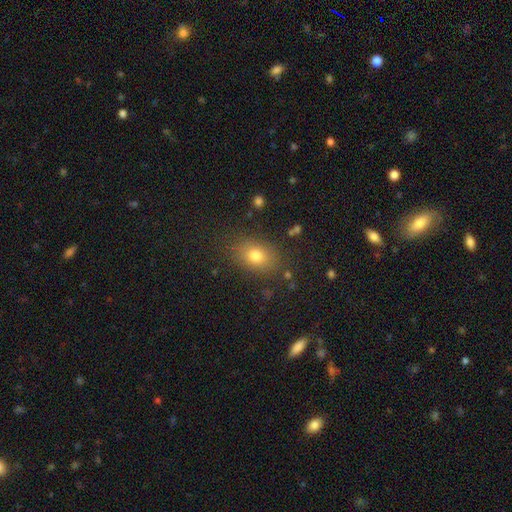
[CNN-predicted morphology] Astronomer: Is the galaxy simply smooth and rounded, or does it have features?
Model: smooth — 77%.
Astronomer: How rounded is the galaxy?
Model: in between — 68%.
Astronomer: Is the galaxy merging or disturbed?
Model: none — 83%.